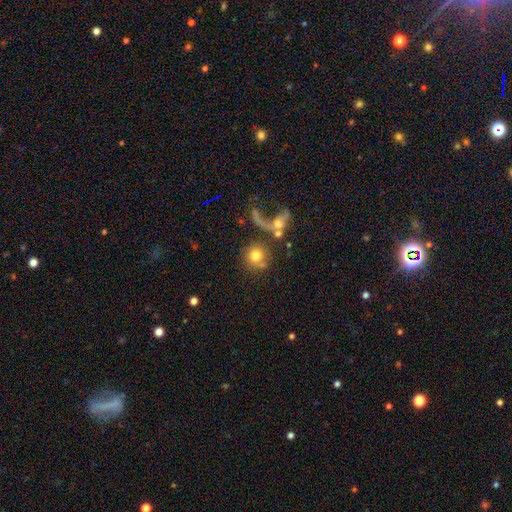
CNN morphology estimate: The model was most divided on "merging": none: 46%, merger: 26%, major disturbance: 16%, minor disturbance: 11%. More confident: how rounded — round (90%); smooth or featured — smooth (68%).